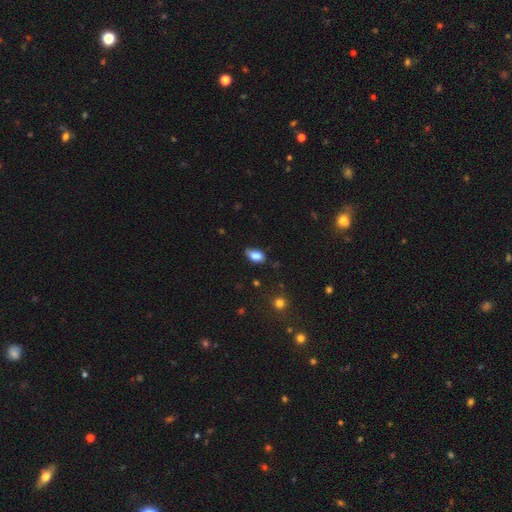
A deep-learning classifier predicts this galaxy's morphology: Smooth or featured? Predicted: smooth (p=0.83). How rounded? Predicted: in between (p=0.91). Merging? Predicted: none (p=0.63).